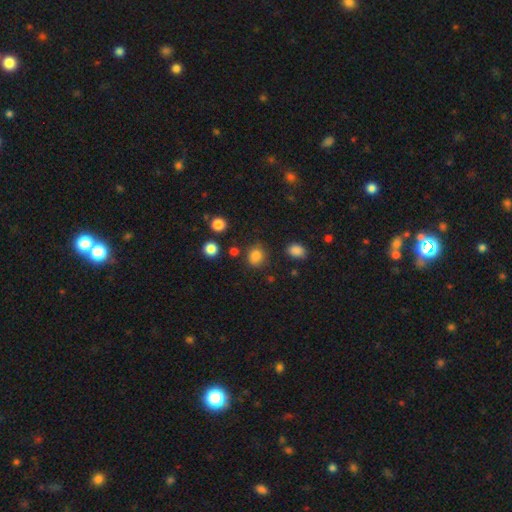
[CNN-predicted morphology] Smooth or featured?
  - smooth: 83% *
  - star or artifact: 13%
  - featured or disk: 4%
How rounded?
  - round: 66% *
  - in between: 33%
  - cigar-shaped: 1%
Merging?
  - none: 78% *
  - minor disturbance: 14%
  - major disturbance: 4%
  - merger: 4%